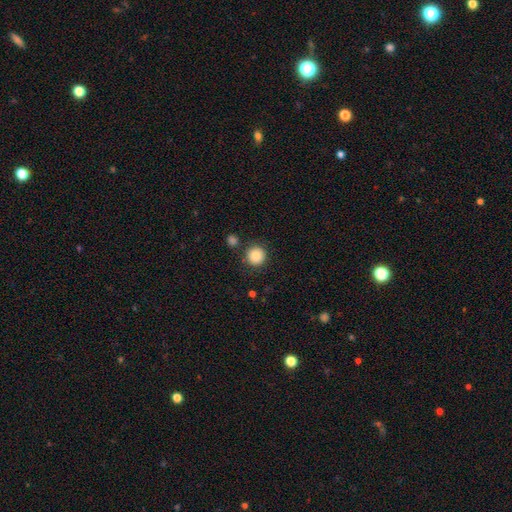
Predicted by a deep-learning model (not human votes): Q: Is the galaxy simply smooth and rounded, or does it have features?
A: smooth — 86%.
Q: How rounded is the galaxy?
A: round — 94%.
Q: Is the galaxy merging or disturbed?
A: none — 85%.